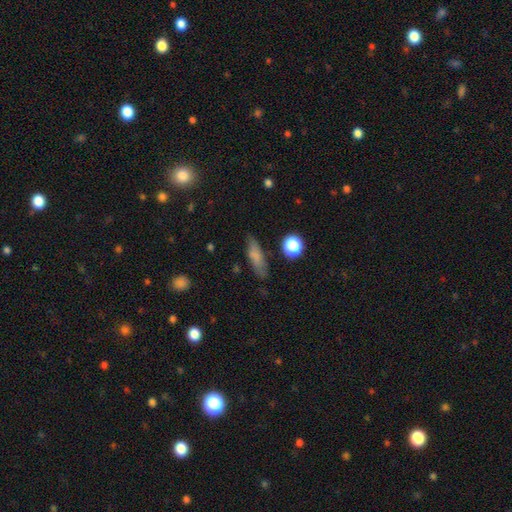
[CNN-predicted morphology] The model was most divided on "how rounded": cigar-shaped: 54%, in between: 41%, round: 5%. More confident: merging — none (78%); smooth or featured — smooth (74%).